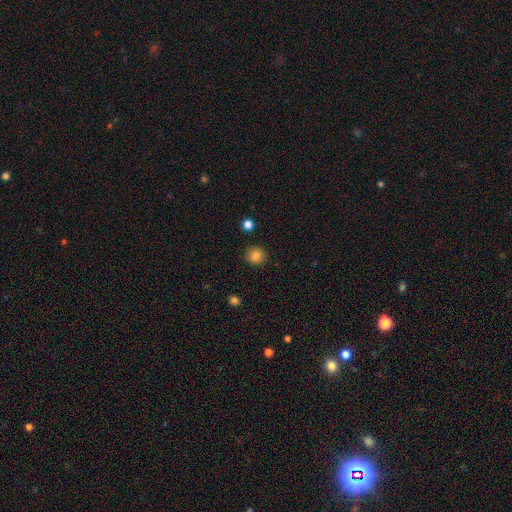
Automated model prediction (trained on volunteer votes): A smooth galaxy with no disk features (85%) that is round (91%). Merging: none (90%).